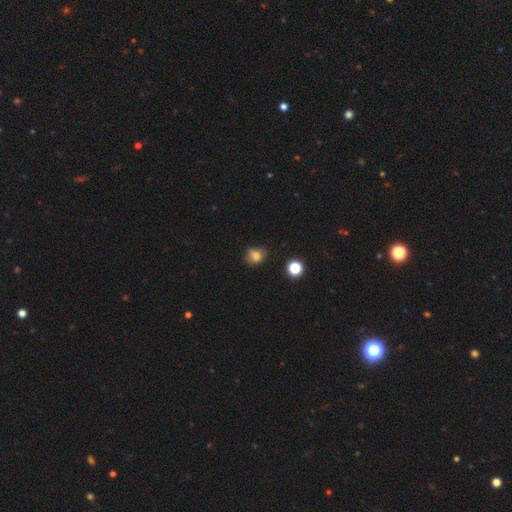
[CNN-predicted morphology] Smooth or featured? Predicted: smooth (p=0.76). How rounded? Predicted: round (p=0.63). Merging? Predicted: none (p=0.58).